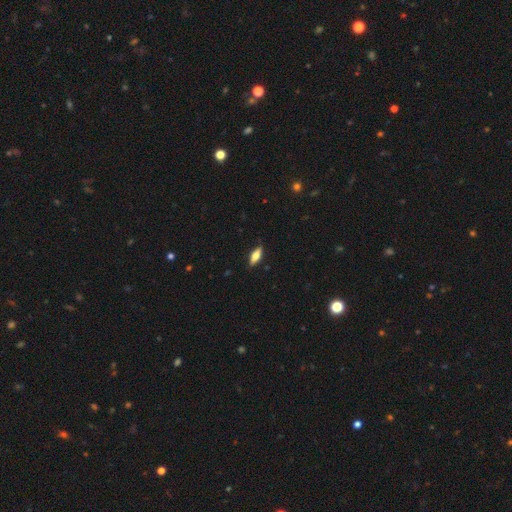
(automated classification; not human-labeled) The model was most divided on "how rounded": in between: 67%, cigar-shaped: 30%, round: 3%. More confident: merging — none (87%); smooth or featured — smooth (65%).